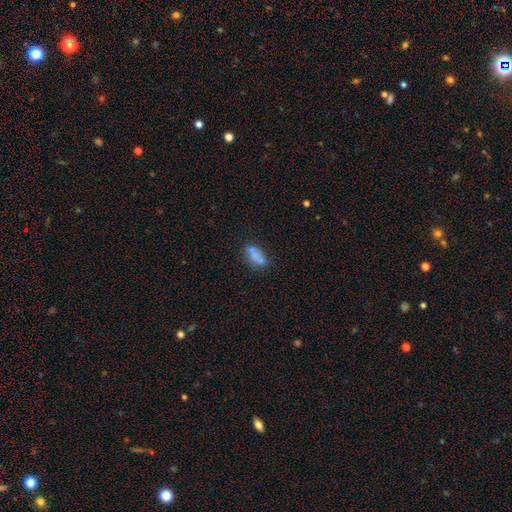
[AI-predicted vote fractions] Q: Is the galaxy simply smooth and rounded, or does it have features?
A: smooth — 65%.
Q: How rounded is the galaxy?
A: in between — 81%.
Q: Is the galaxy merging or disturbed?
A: none — 44%.